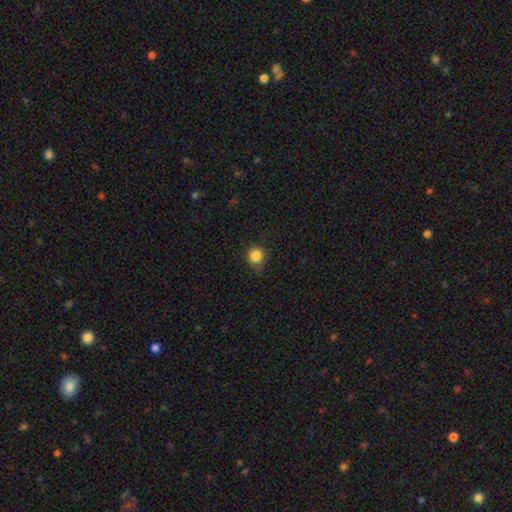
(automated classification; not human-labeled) Morphology: type=smooth (85%); roundness=round (87%); merging=none (78%).